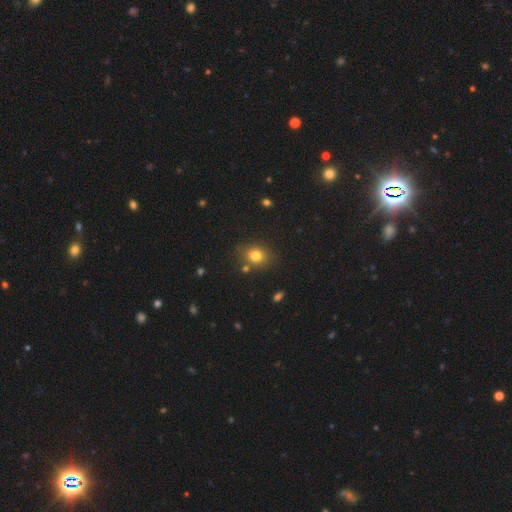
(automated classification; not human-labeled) smooth 78%, star or artifact 14%, featured or disk 9%. Down the decision tree: how rounded — round (58%); merging — none (77%).